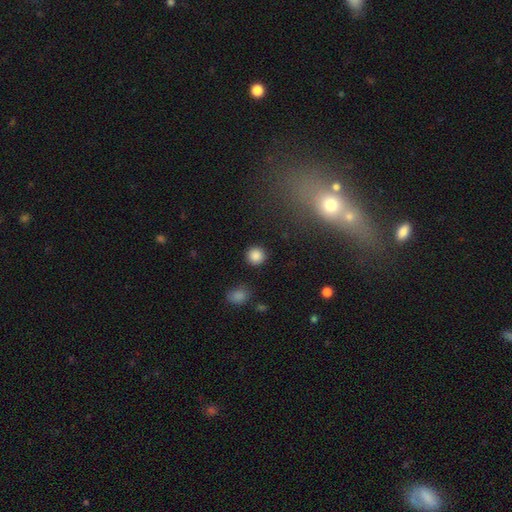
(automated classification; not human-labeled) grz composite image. It shows a smooth galaxy with no disk features (85%) that is round (94%). Merging: none (90%).